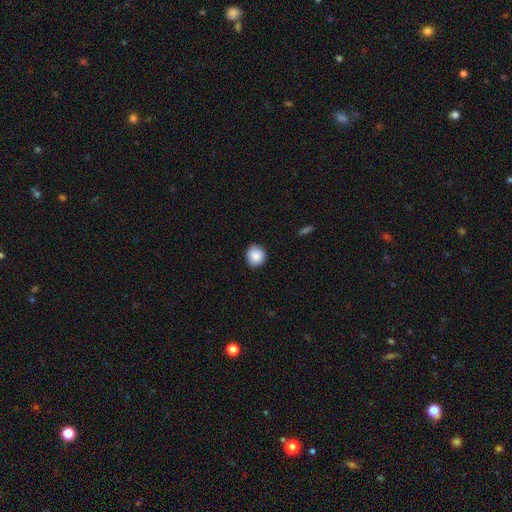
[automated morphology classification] A smooth galaxy with no disk features (88%) that is round (87%).

Vote fractions:
- Smooth or featured? smooth: 88% / star or artifact: 8% / featured or disk: 4%
- How rounded? round: 87% / in between: 12% / cigar-shaped: 1%
- Merging? none: 88% / minor disturbance: 9% / major disturbance: 2% / merger: 1%